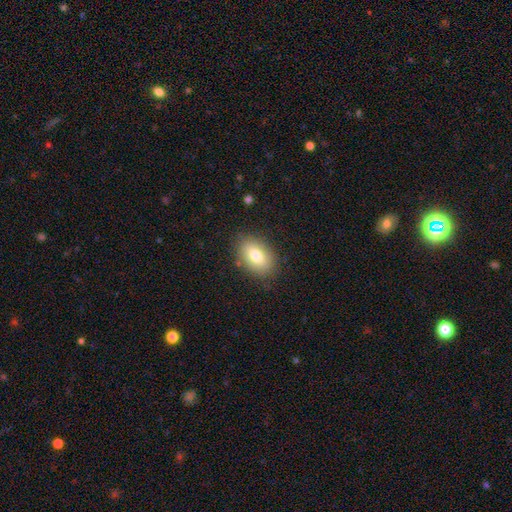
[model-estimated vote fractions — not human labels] The model was most divided on "smooth or featured": smooth: 78%, featured or disk: 14%, star or artifact: 8%. More confident: how rounded — in between (86%); merging — none (84%).